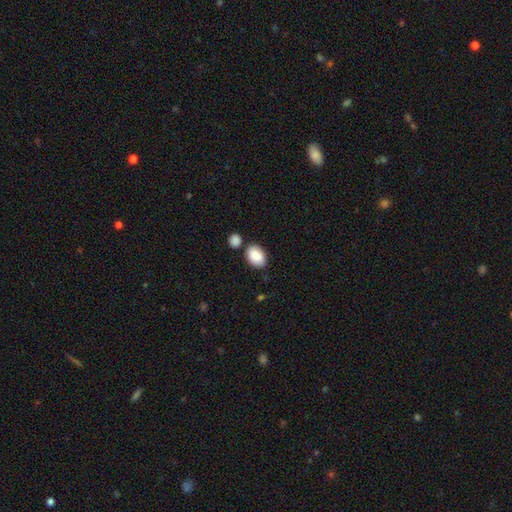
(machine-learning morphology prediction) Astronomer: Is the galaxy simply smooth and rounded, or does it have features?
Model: smooth — 88%.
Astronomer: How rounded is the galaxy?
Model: in between — 88%.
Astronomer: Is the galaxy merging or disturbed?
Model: none — 72%.